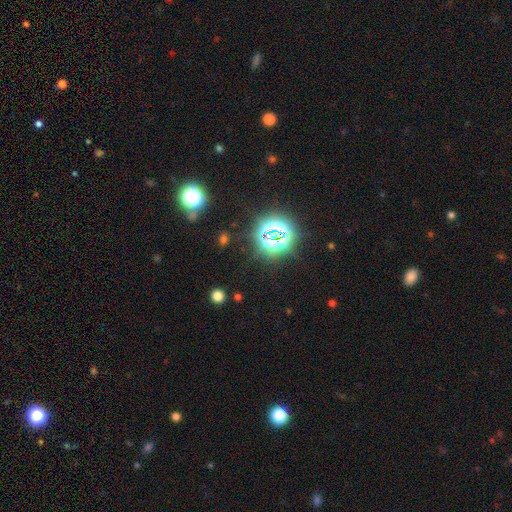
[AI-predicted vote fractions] Overall: star or artifact (75%).